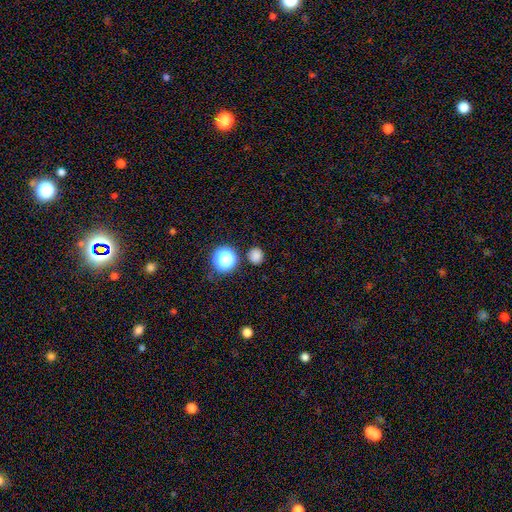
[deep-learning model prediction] A smooth galaxy with no disk features (78%) that is round (83%). Merging: none (86%).